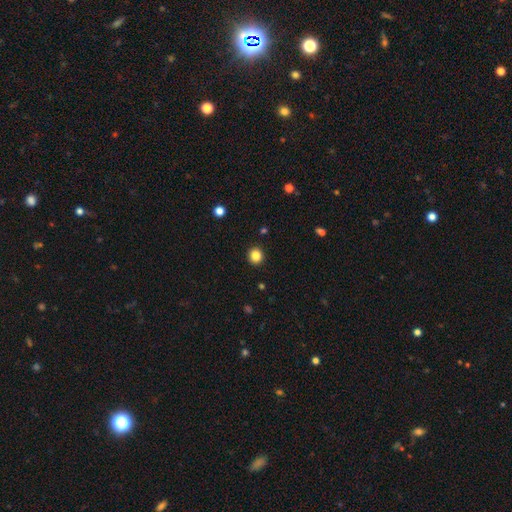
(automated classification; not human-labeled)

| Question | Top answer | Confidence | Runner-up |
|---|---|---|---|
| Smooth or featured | smooth | 84% | star or artifact (11%) |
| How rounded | round | 90% | in between (9%) |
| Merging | none | 92% | minor disturbance (5%) |